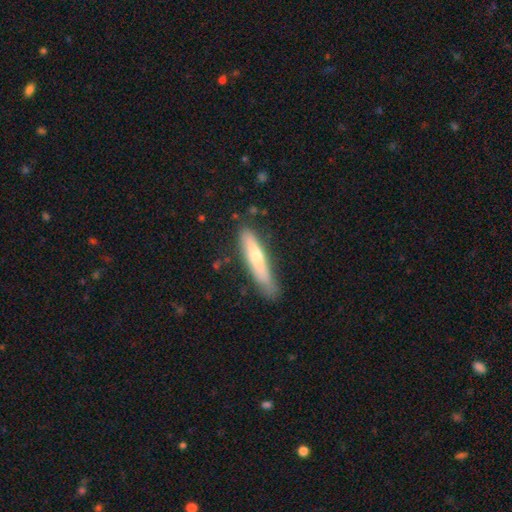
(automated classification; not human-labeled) This appears to be a smooth galaxy with no disk features (51%) that is cigar-shaped (88%). Merging: none (75%).